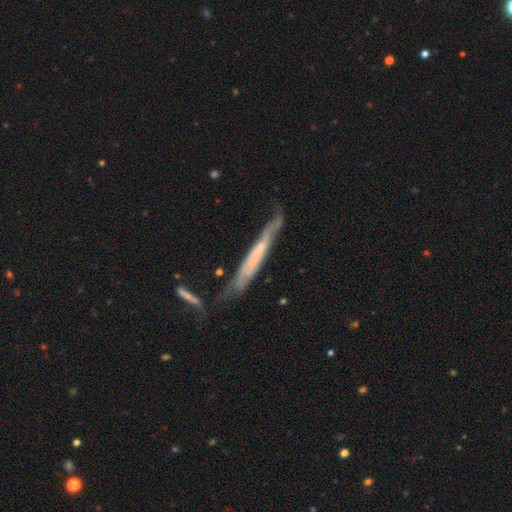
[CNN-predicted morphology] The model was most divided on "merging": none: 53%, minor disturbance: 27%, major disturbance: 11%, merger: 9%. More confident: edge-on disk — yes (79%); smooth or featured — featured or disk (60%).